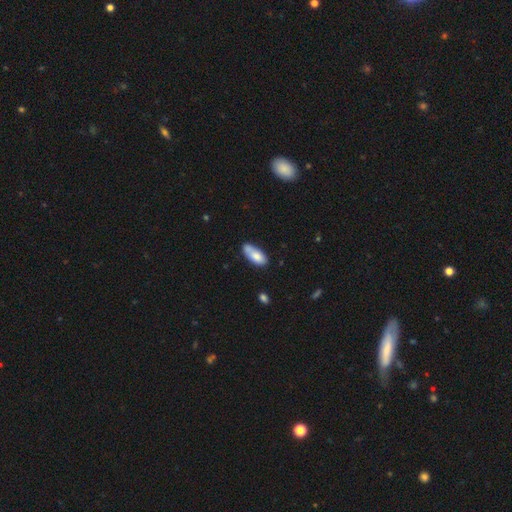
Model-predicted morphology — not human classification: Smooth or featured: smooth — 78% (featured or disk — 15%)
How rounded: in between — 82% (cigar-shaped — 16%)
Merging: none — 49% (minor disturbance — 26%)